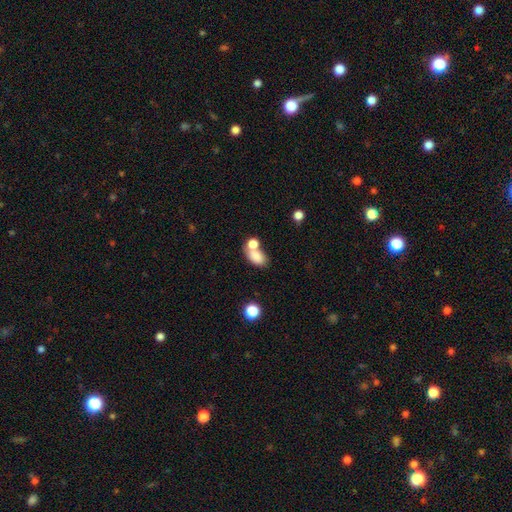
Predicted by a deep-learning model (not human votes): Morphology: type=smooth (79%); roundness=in between (84%); merging=merger (49%).